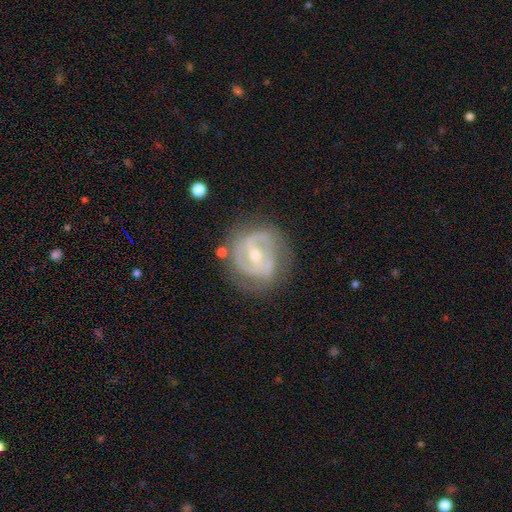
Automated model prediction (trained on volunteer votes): A featured or disk galaxy (84%) with a weak bar (45%), 2 (68%) tight (47%) spiral arms (90%) and a moderate central bulge (54%). Merging: none (71%).